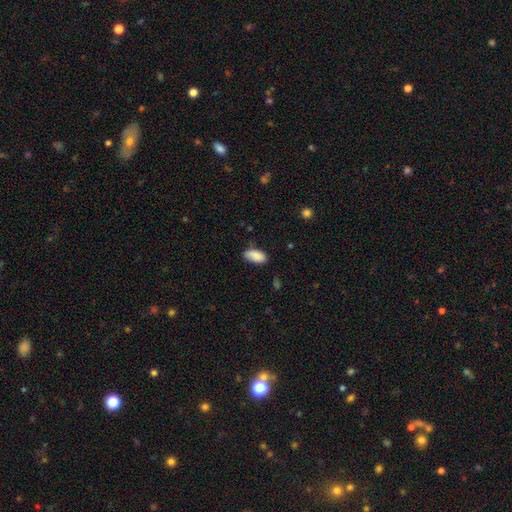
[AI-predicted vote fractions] Smooth or featured?
  - smooth: 88% *
  - star or artifact: 7%
  - featured or disk: 5%
How rounded?
  - in between: 94% *
  - cigar-shaped: 3%
  - round: 3%
Merging?
  - none: 72% *
  - minor disturbance: 22%
  - major disturbance: 4%
  - merger: 2%